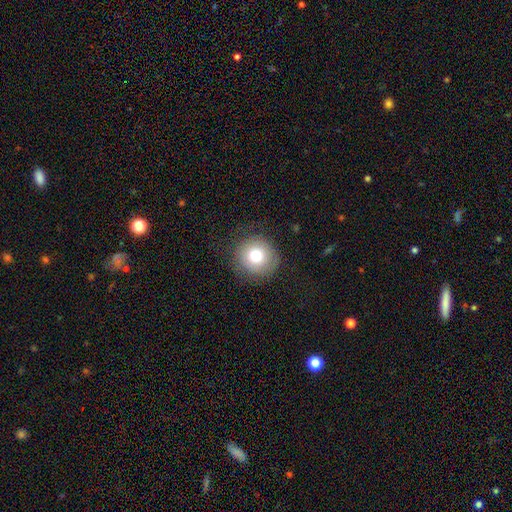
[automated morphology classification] Smooth or featured? Predicted: smooth (p=0.76). How rounded? Predicted: round (p=0.92). Merging? Predicted: none (p=0.83).